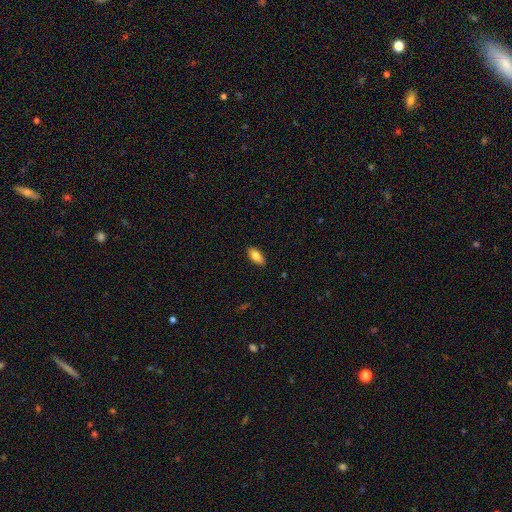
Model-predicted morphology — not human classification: Smooth or featured: smooth — 83% (featured or disk — 10%)
How rounded: in between — 89% (cigar-shaped — 9%)
Merging: none — 89% (minor disturbance — 8%)